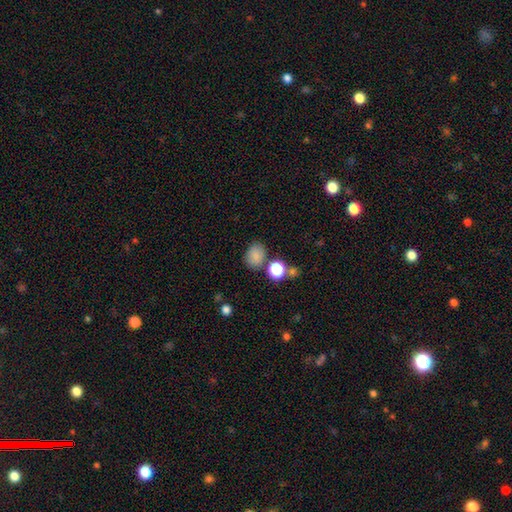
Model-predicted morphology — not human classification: smooth_or_featured: smooth (p=0.81) [alt: star or artifact p=0.13]
how_rounded: in between (p=0.56) [alt: round p=0.43]
merging: none (p=0.72) [alt: minor disturbance p=0.14]